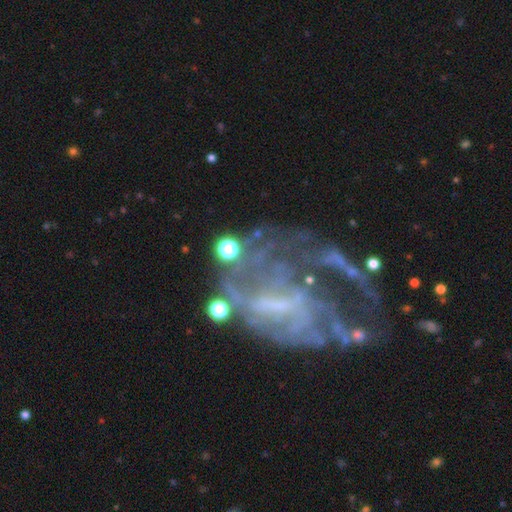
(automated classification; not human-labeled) Q: Smooth or featured?
A: featured or disk (76%); runner-up: star or artifact (14%)
Q: Edge-on disk?
A: no (96%); runner-up: yes (4%)
Q: Bar?
A: weak (42%); runner-up: no (36%)
Q: Spiral arms?
A: yes (68%); runner-up: no (32%)
Q: Bulge size?
A: none (50%); runner-up: small (30%)
Q: Merging?
A: major disturbance (40%); runner-up: none (35%)